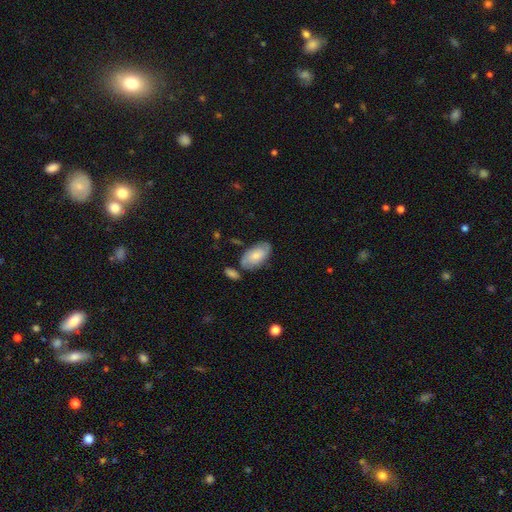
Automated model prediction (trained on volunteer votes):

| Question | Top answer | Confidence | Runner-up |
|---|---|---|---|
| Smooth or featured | smooth | 58% | featured or disk (36%) |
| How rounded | in between | 93% | round (4%) |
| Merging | none | 69% | minor disturbance (18%) |